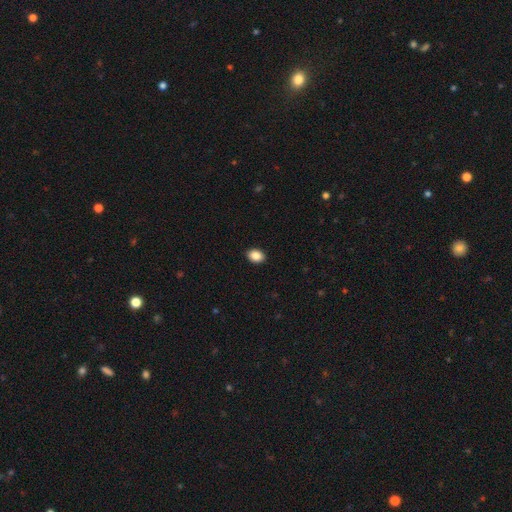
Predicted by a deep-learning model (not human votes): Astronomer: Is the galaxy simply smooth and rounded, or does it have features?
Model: smooth — 88%.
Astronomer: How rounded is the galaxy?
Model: in between — 72%.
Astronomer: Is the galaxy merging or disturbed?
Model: none — 91%.